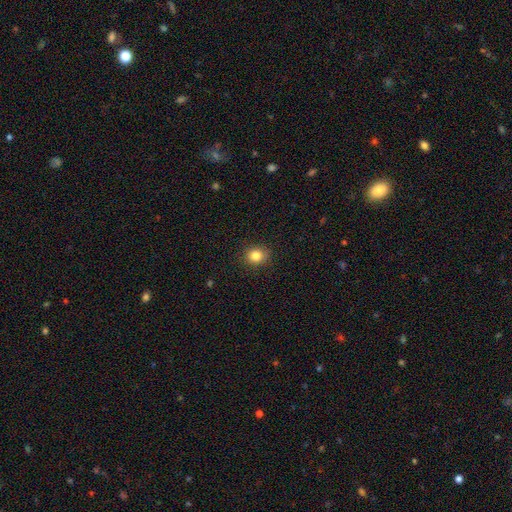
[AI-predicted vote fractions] Smooth or featured?
  - smooth: 82% *
  - star or artifact: 12%
  - featured or disk: 6%
How rounded?
  - round: 78% *
  - in between: 21%
  - cigar-shaped: 1%
Merging?
  - none: 89% *
  - minor disturbance: 8%
  - major disturbance: 2%
  - merger: 1%